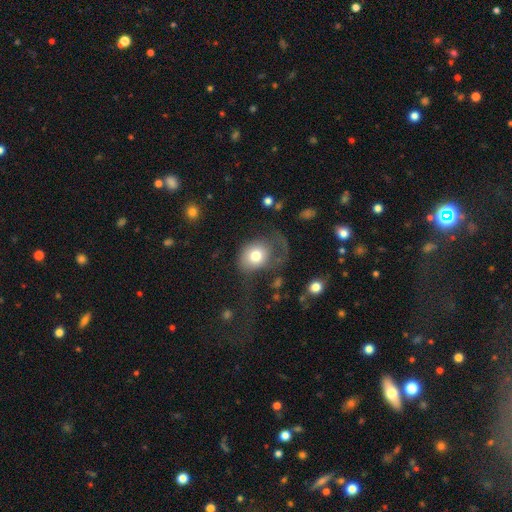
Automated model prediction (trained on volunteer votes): Smooth or featured?
  - smooth: 71% *
  - featured or disk: 21%
  - star or artifact: 8%
How rounded?
  - round: 57% *
  - in between: 42%
  - cigar-shaped: 1%
Merging?
  - major disturbance: 47% *
  - none: 31%
  - minor disturbance: 19%
  - merger: 3%